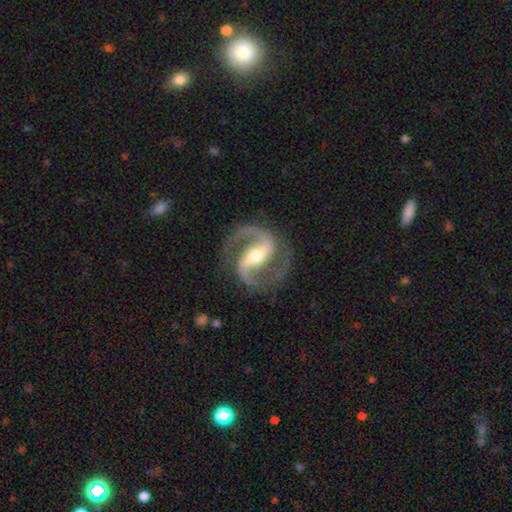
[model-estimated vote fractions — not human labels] Smooth or featured?
  - featured or disk: 93% *
  - star or artifact: 4%
  - smooth: 3%
Edge-on disk?
  - no: 98% *
  - yes: 2%
Bar?
  - strong: 57% *
  - weak: 30%
  - no: 14%
Spiral arms?
  - yes: 98% *
  - no: 2%
Spiral winding?
  - medium: 66% *
  - loose: 18%
  - tight: 17%
Spiral arm count?
  - 2: 94% *
  - 1: 1%
  - can't tell: 1%
  - 3: 1%
  - 4: 1%
  - more than 4: 1%
Bulge size?
  - moderate: 66% *
  - small: 27%
  - large: 5%
  - none: 1%
  - dominant: 1%
Merging?
  - none: 85% *
  - minor disturbance: 10%
  - major disturbance: 4%
  - merger: 1%